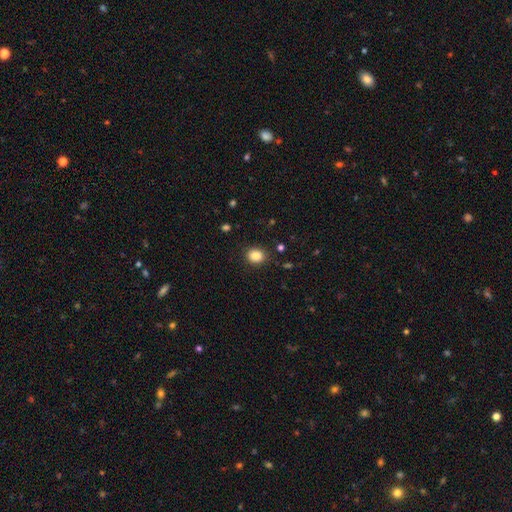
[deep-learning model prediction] Smooth or featured? Predicted: smooth (p=0.87). How rounded? Predicted: round (p=0.53). Merging? Predicted: none (p=0.87).